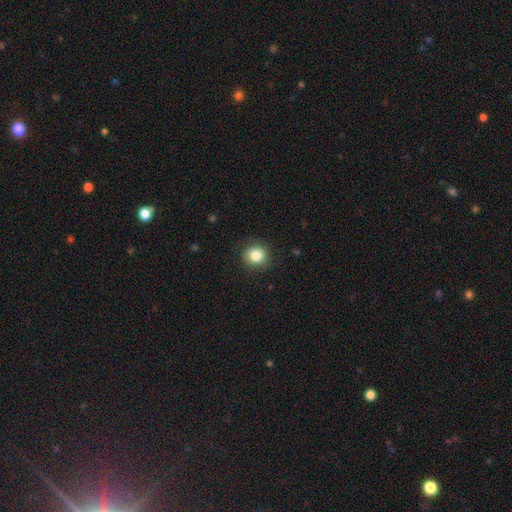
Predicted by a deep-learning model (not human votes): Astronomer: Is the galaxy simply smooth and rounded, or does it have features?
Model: smooth — 85%.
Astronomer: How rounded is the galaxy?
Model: round — 87%.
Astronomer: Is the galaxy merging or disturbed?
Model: none — 85%.